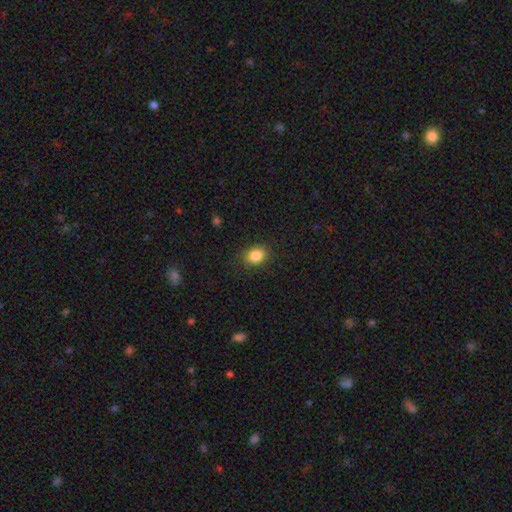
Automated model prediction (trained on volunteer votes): This is clearly a smooth galaxy (85%). How rounded: possibly in between (50%). Merging: clearly none (87%).